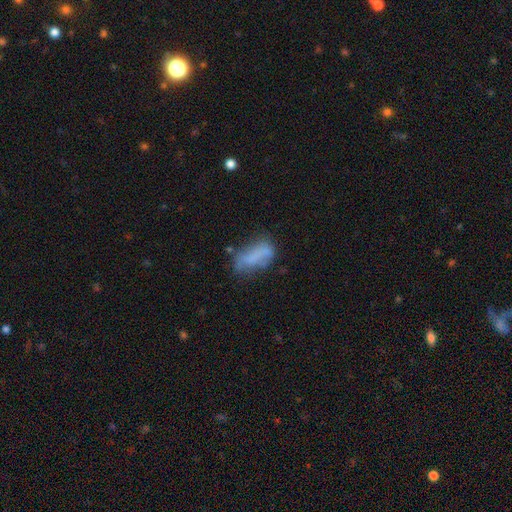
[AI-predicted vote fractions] Smooth or featured? smooth (59%)
How rounded? in between (79%)
Merging? none (42%)